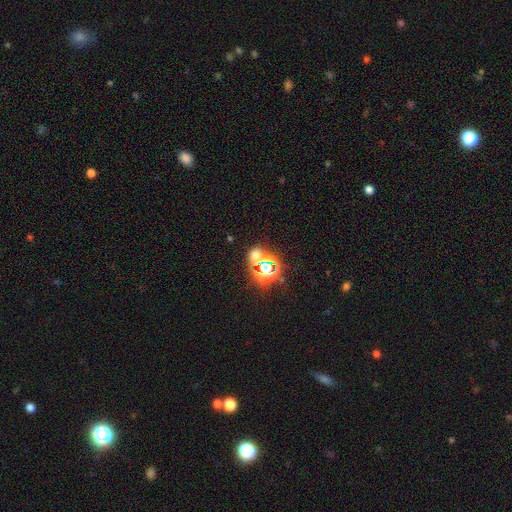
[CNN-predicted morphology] Overall: star or artifact (52%; smooth 39%).